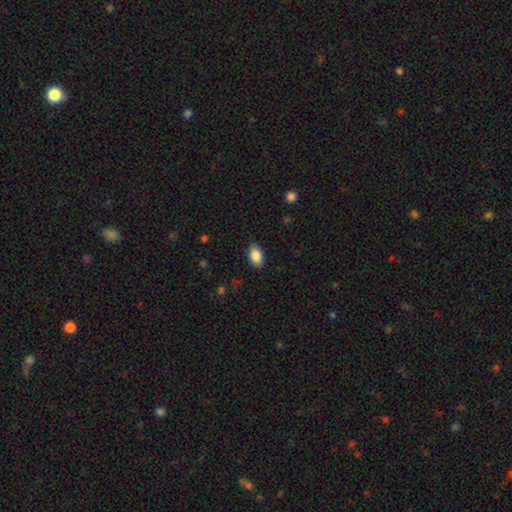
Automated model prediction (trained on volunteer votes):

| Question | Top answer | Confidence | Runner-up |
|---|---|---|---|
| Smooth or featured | smooth | 87% | star or artifact (7%) |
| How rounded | in between | 91% | round (8%) |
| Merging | none | 83% | minor disturbance (13%) |